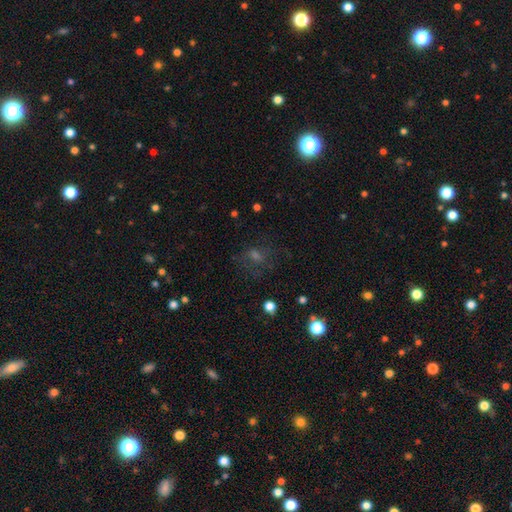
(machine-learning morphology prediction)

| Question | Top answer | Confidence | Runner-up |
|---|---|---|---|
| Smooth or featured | smooth | 39% | star or artifact (37%) |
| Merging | none | 63% | major disturbance (18%) |